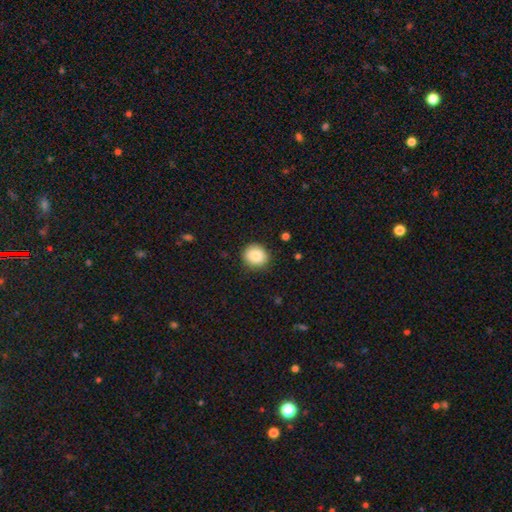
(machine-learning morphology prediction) smooth-or-featured: smooth: 86% | star or artifact: 8% | featured or disk: 6%
  how-rounded: round: 83% | in between: 16% | cigar-shaped: 1%
  merging: none: 88% | minor disturbance: 9% | major disturbance: 2% | merger: 1%